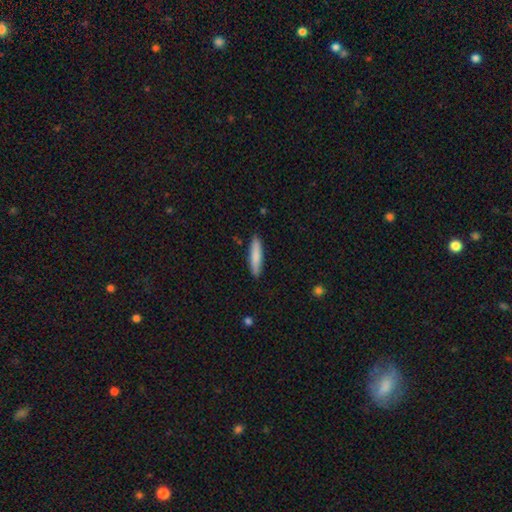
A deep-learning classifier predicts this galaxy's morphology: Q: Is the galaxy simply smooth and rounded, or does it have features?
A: smooth — 82%.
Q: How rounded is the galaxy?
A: cigar-shaped — 84%.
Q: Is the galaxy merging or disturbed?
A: none — 88%.